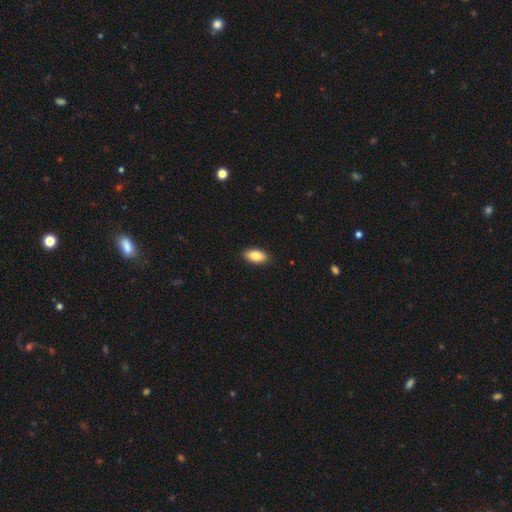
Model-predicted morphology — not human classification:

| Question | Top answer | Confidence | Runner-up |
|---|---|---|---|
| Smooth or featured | smooth | 86% | featured or disk (7%) |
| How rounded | in between | 93% | cigar-shaped (5%) |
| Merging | none | 90% | minor disturbance (8%) |